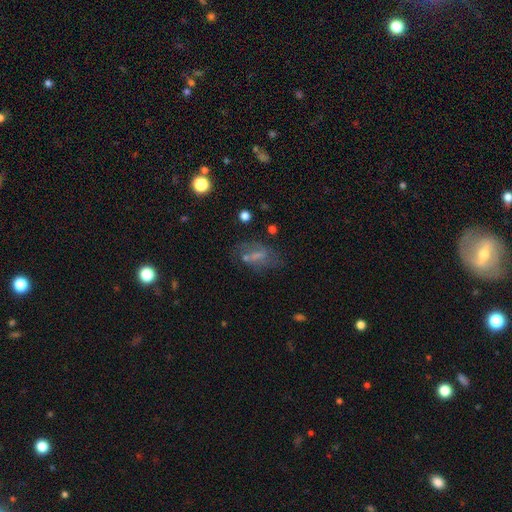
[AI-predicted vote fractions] This appears to be a smooth galaxy with no disk features (45%). Merging: none (55%).